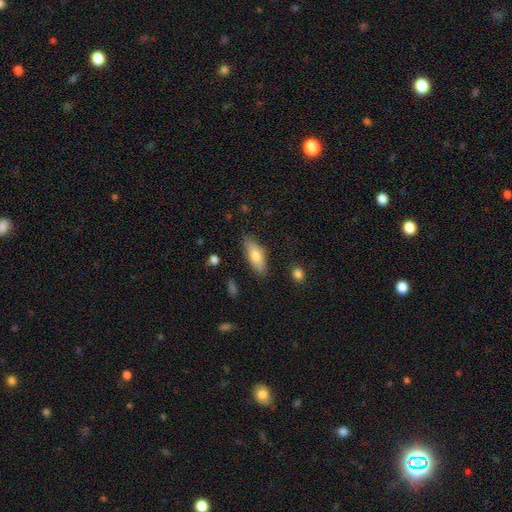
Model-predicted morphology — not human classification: smooth 74%, featured or disk 20%, star or artifact 6%. Down the decision tree: how rounded — in between (65%); merging — none (84%).